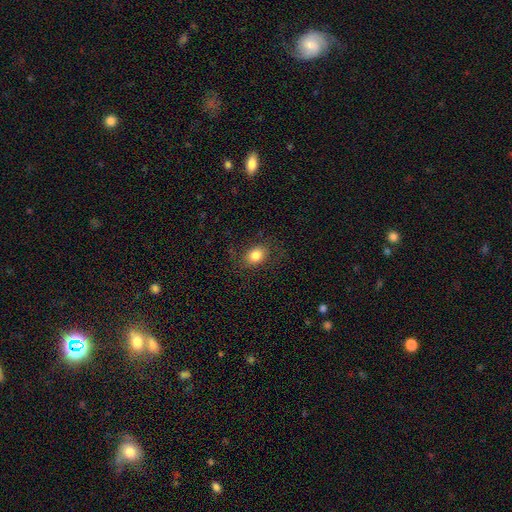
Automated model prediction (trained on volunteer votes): Smooth or featured? smooth (81%)
How rounded? in between (63%)
Merging? none (80%)